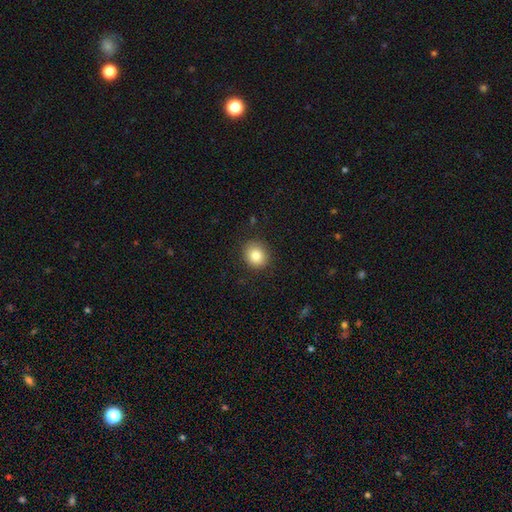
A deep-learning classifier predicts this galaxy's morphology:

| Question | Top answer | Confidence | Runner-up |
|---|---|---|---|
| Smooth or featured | smooth | 84% | star or artifact (9%) |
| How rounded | round | 74% | in between (25%) |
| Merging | none | 89% | minor disturbance (8%) |